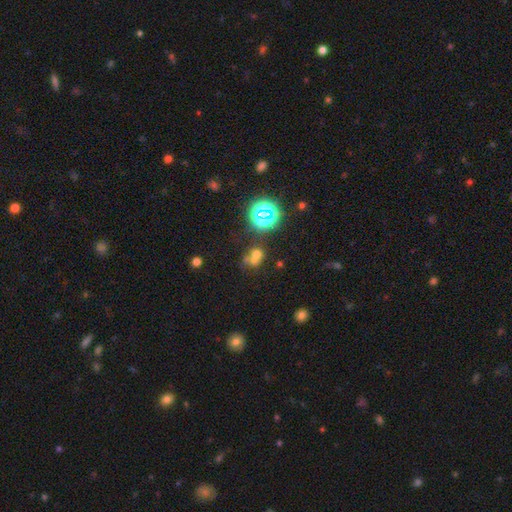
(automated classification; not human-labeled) smooth-or-featured: smooth: 49% | star or artifact: 34% | featured or disk: 17%
  merging: merger: 48% | none: 36% | minor disturbance: 9% | major disturbance: 7%